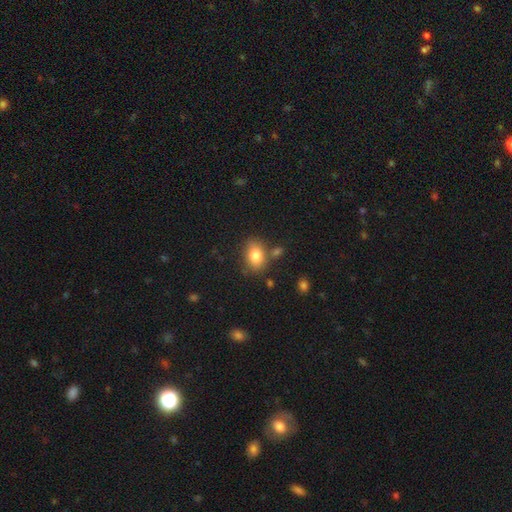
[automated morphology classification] This is clearly a smooth galaxy (82%). How rounded: likely in between (77%). Merging: likely none (71%).